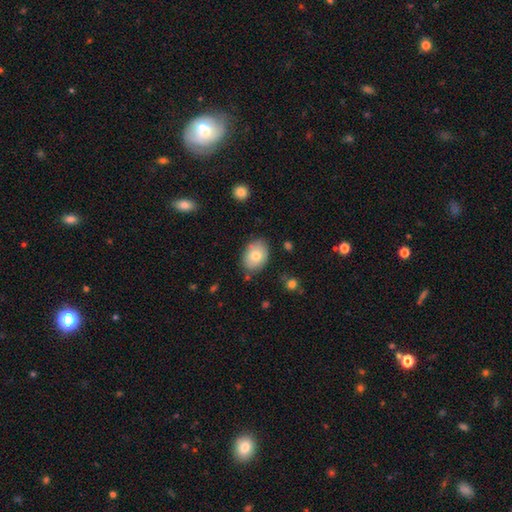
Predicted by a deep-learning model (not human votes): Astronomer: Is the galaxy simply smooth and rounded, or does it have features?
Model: smooth — 76%.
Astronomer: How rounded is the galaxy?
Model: in between — 73%.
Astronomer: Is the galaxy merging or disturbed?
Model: none — 79%.